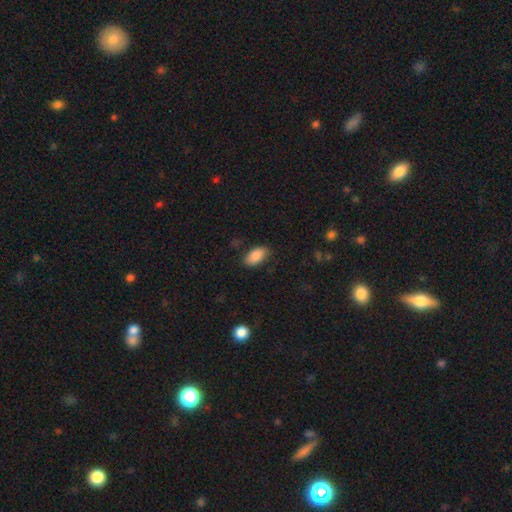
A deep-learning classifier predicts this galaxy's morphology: smooth-or-featured: smooth: 87% | star or artifact: 7% | featured or disk: 6%
  how-rounded: in between: 94% | round: 3% | cigar-shaped: 3%
  merging: none: 83% | minor disturbance: 13% | major disturbance: 3% | merger: 1%